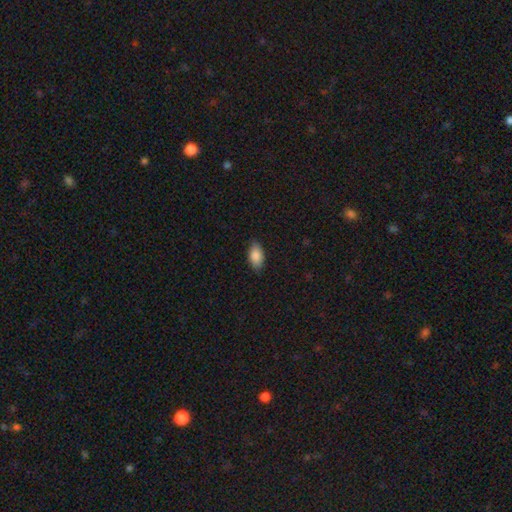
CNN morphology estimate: This appears to be a smooth galaxy with no disk features (86%) that is in between round and cigar-shaped (93%). Merging: none (85%).